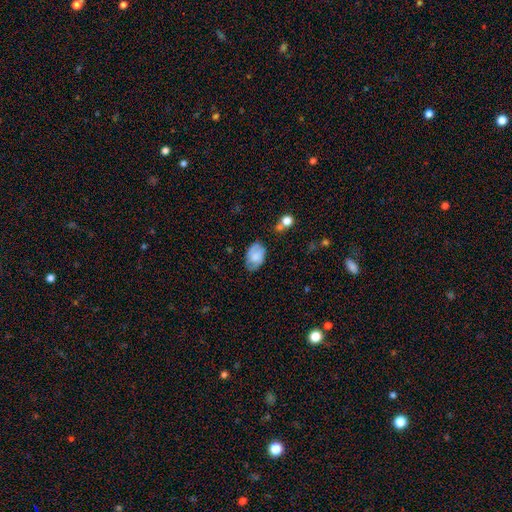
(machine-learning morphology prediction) A smooth galaxy with no disk features (56%) that is in between round and cigar-shaped (86%). Merging: none (64%).